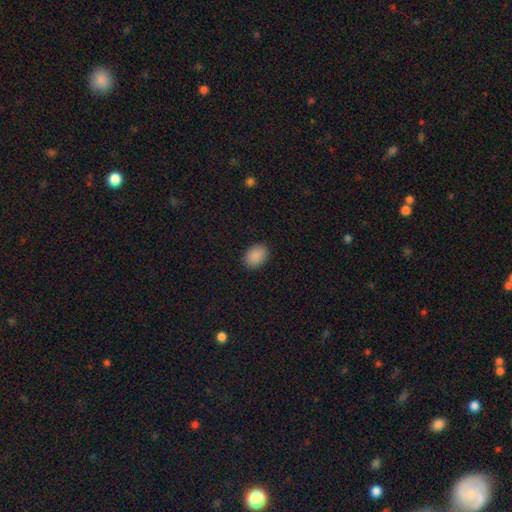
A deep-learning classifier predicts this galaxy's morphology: smooth_or_featured: smooth (p=0.90) [alt: star or artifact p=0.08]
how_rounded: in between (p=0.75) [alt: round p=0.24]
merging: none (p=0.89) [alt: minor disturbance p=0.08]